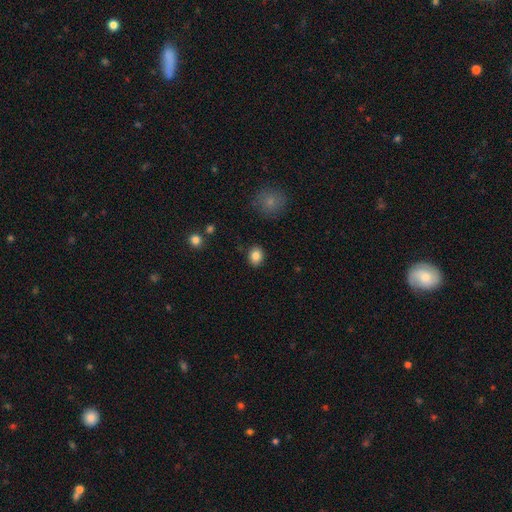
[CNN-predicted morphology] This appears to be a smooth galaxy with no disk features (84%) that is round (55%). Merging: none (88%).